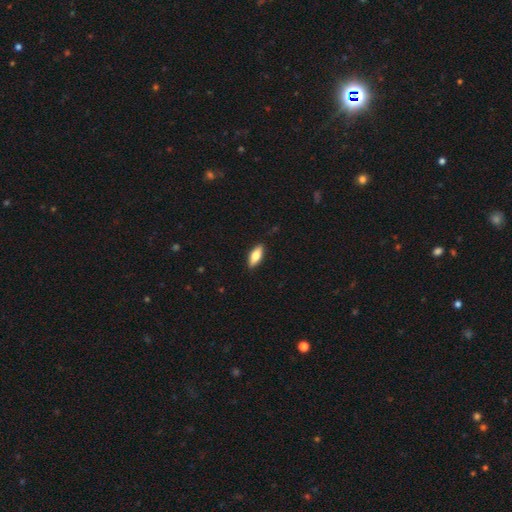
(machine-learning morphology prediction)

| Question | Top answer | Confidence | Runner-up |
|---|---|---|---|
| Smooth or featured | smooth | 71% | featured or disk (23%) |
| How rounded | in between | 74% | cigar-shaped (23%) |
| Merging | none | 89% | minor disturbance (8%) |